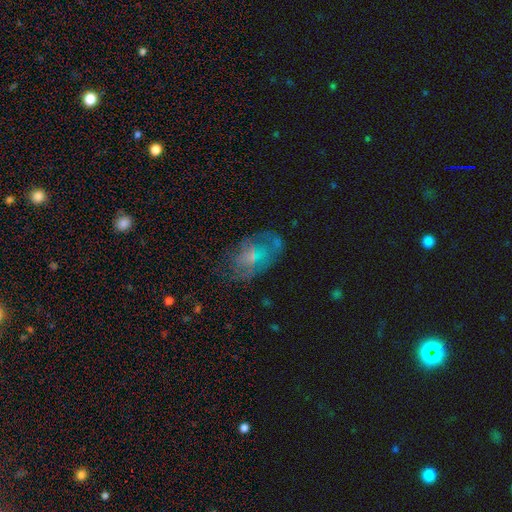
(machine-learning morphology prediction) Overall: featured or disk (51%; smooth 38%). Edge-on disk: no (95%). Merging: none (50%; minor disturbance 24%).